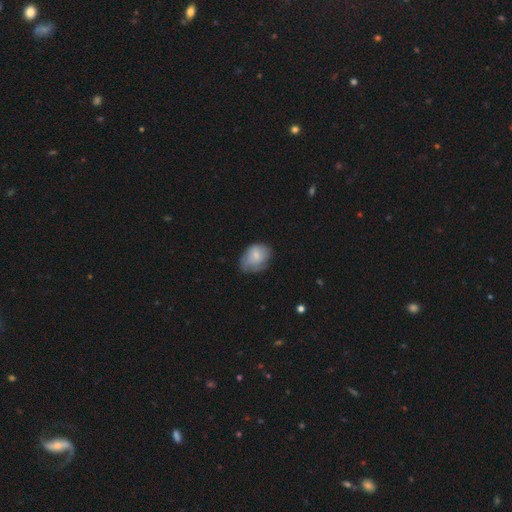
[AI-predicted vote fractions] Smooth or featured? smooth (73%)
How rounded? in between (70%)
Merging? none (47%)